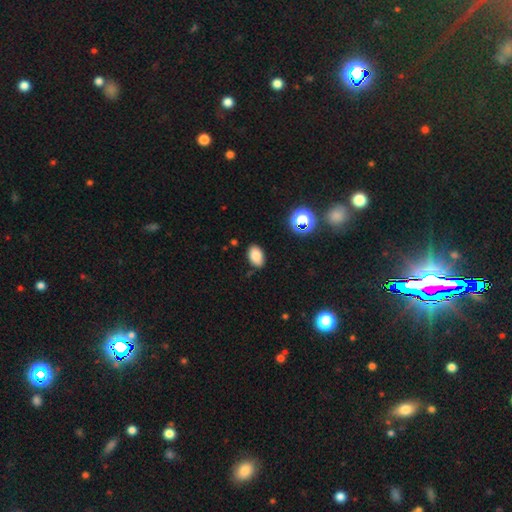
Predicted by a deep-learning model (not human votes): Smooth or featured? Predicted: smooth (p=0.83). How rounded? Predicted: in between (p=0.90). Merging? Predicted: none (p=0.83).